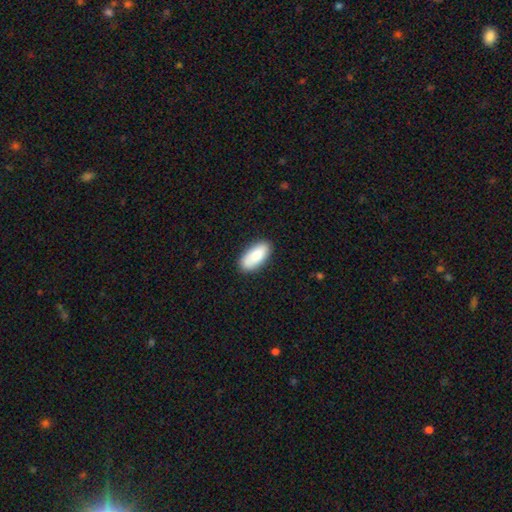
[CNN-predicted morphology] A smooth galaxy with no disk features (82%) that is in between round and cigar-shaped (91%).

Vote fractions:
- Smooth or featured? smooth: 82% / featured or disk: 12% / star or artifact: 6%
- How rounded? in between: 91% / cigar-shaped: 6% / round: 2%
- Merging? none: 85% / minor disturbance: 11% / major disturbance: 2% / merger: 1%